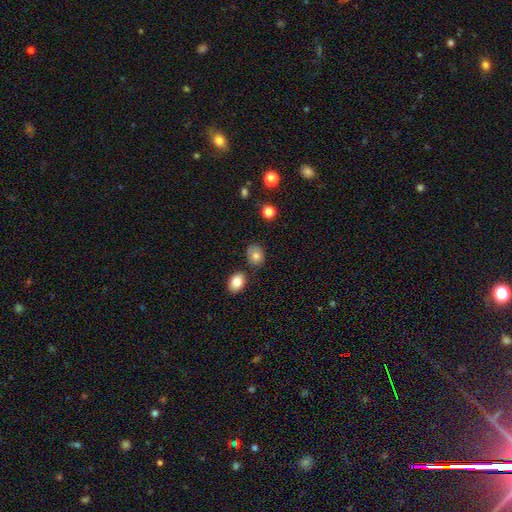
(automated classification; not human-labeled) This appears to be a smooth galaxy with no disk features (78%) that is in between round and cigar-shaped (53%). Merging: none (72%).